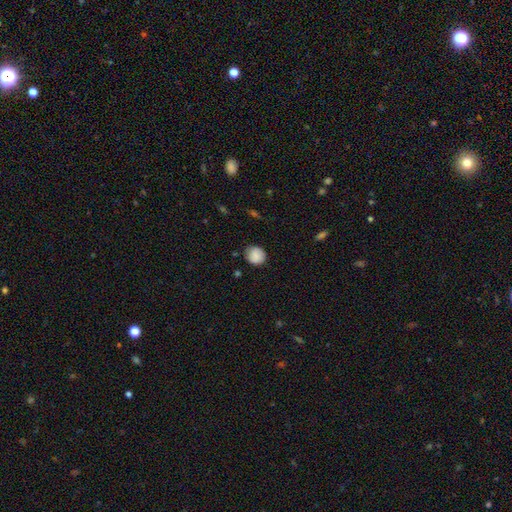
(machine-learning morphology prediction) Overall: smooth (87%). How rounded: round (88%). Merging: none (82%).